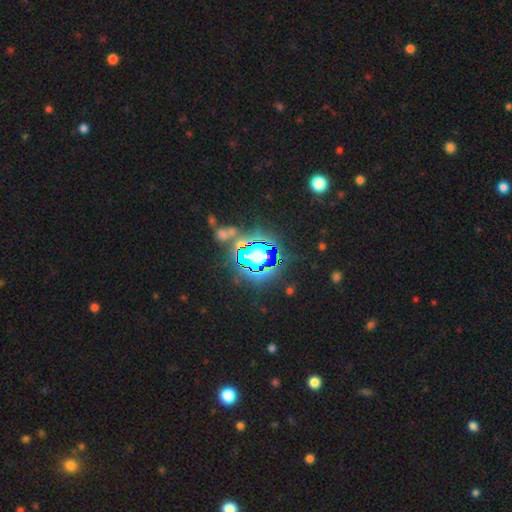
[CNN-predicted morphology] Overall: star or artifact (68%).